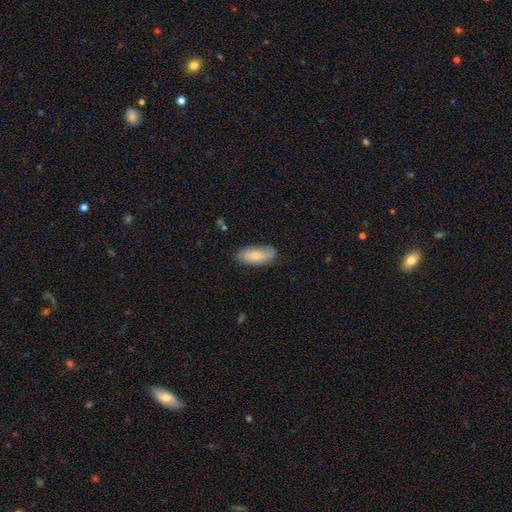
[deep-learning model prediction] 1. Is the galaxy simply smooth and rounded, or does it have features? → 65% smooth, 29% featured or disk, 6% star or artifact.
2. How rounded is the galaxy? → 83% in between, 15% cigar-shaped, 2% round.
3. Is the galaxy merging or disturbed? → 76% none, 19% minor disturbance, 4% major disturbance, 1% merger.